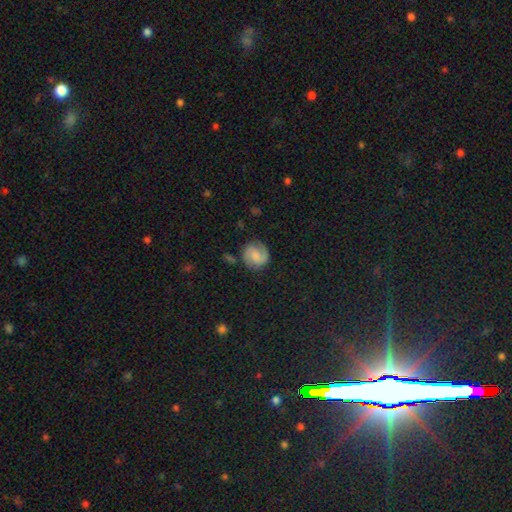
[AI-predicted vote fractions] smooth_or_featured: featured or disk (p=0.64) [alt: smooth p=0.28]
disk_edge_on: no (p=0.98) [alt: yes p=0.02]
bar: weak (p=0.46) [alt: no p=0.41]
has_spiral_arms: yes (p=0.94) [alt: no p=0.06]
spiral_winding: medium (p=0.48) [alt: tight p=0.33]
spiral_arm_count: 2 (p=0.85) [alt: 1 p=0.06]
bulge_size: none (p=0.38) [alt: small p=0.26]
merging: none (p=0.77) [alt: minor disturbance p=0.15]